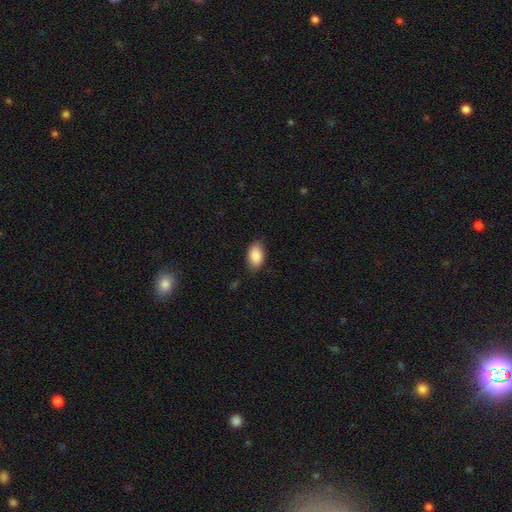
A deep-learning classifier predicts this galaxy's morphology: This appears to be a smooth galaxy with no disk features (88%) that is in between round and cigar-shaped (92%). Merging: none (79%).